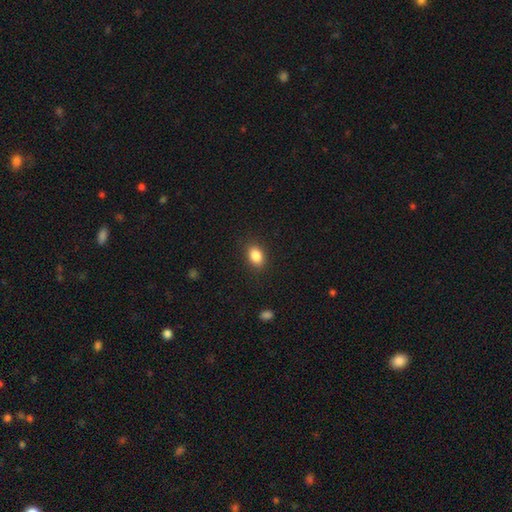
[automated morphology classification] Q: Smooth or featured?
A: smooth (86%); runner-up: star or artifact (9%)
Q: How rounded?
A: in between (77%); runner-up: round (21%)
Q: Merging?
A: none (87%); runner-up: minor disturbance (9%)